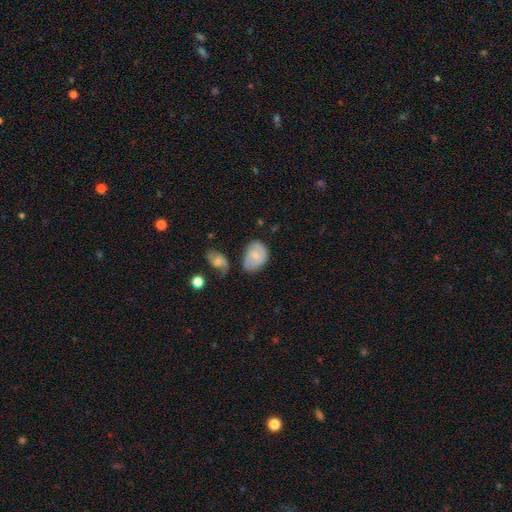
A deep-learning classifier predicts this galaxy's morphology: Smooth or featured? Predicted: smooth (p=0.59). How rounded? Predicted: in between (p=0.77). Merging? Predicted: none (p=0.52).